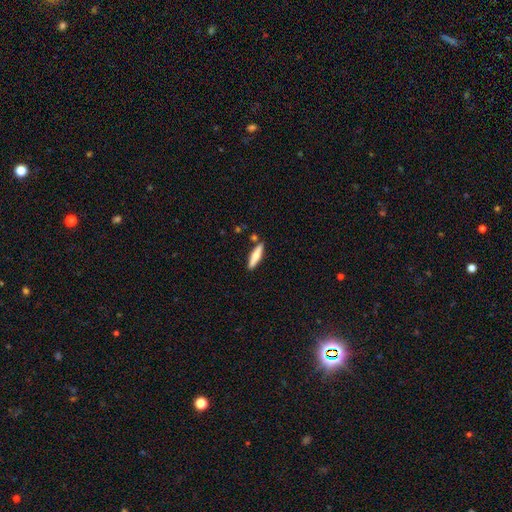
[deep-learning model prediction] Q: Smooth or featured?
A: smooth (66%); runner-up: featured or disk (28%)
Q: How rounded?
A: cigar-shaped (80%); runner-up: in between (18%)
Q: Merging?
A: none (82%); runner-up: minor disturbance (10%)